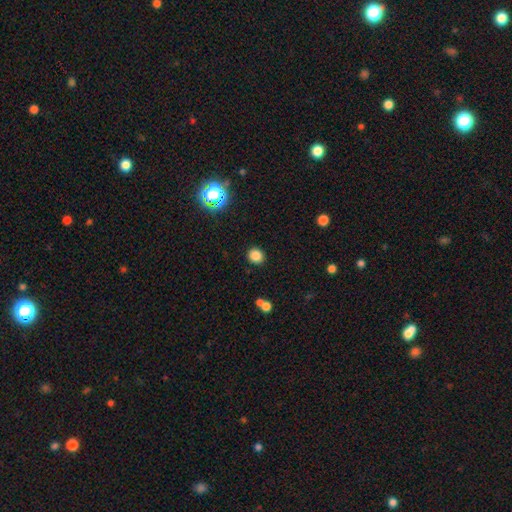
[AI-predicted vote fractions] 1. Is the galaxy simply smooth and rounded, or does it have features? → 83% smooth, 13% star or artifact, 4% featured or disk.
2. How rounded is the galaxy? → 84% round, 15% in between, 1% cigar-shaped.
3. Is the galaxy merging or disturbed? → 89% none, 6% minor disturbance, 2% merger, 2% major disturbance.